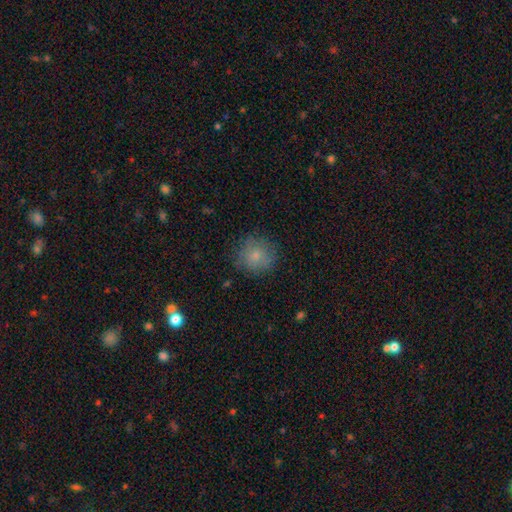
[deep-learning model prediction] A smooth galaxy with no disk features (80%) that is round (89%). Merging: none (80%).